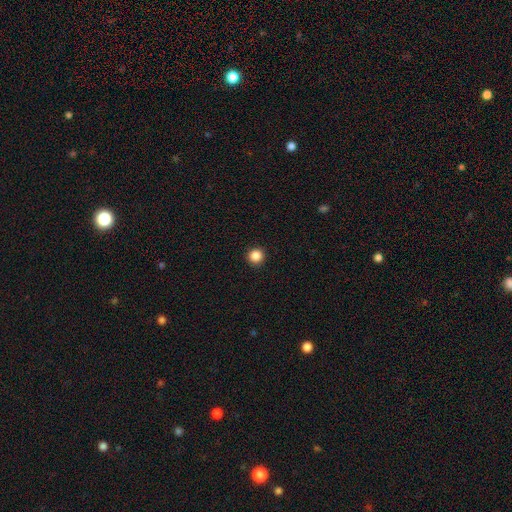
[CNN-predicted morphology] smooth_or_featured: smooth (p=0.87) [alt: star or artifact p=0.11]
how_rounded: round (p=0.95) [alt: in between p=0.04]
merging: none (p=0.93) [alt: minor disturbance p=0.04]